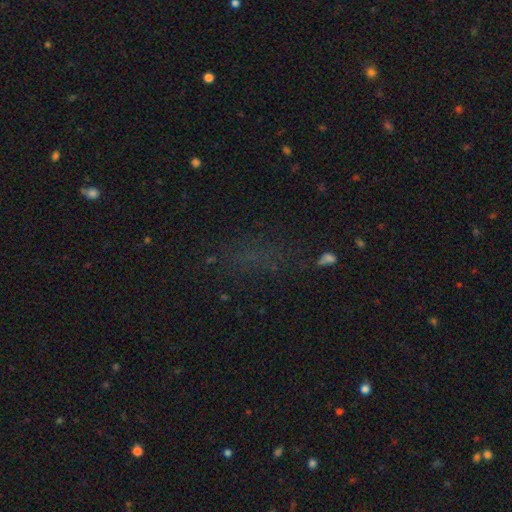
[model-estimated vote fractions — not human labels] Smooth or featured?
  - star or artifact: 49% *
  - smooth: 37%
  - featured or disk: 14%